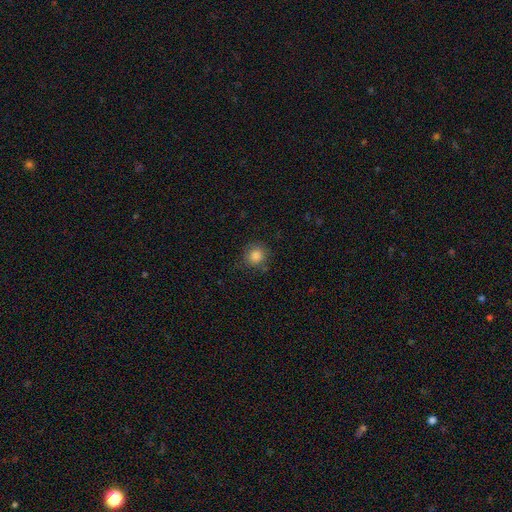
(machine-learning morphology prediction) This is clearly a smooth galaxy (85%). How rounded: clearly round (89%). Merging: clearly none (81%).